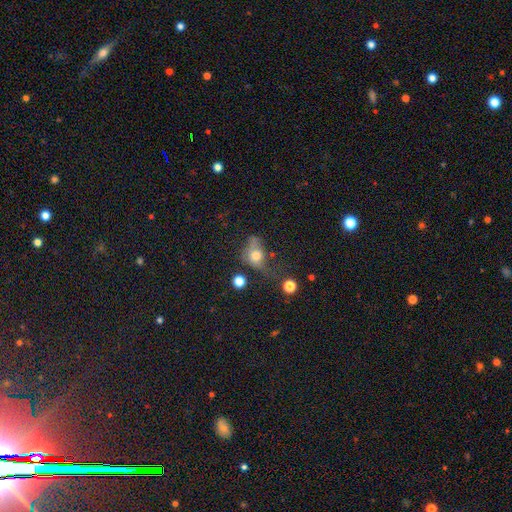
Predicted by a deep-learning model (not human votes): The model was most divided on "how rounded": in between: 49%, round: 48%, cigar-shaped: 3%. Remaining: smooth or featured — smooth (67%); merging — none (31%).